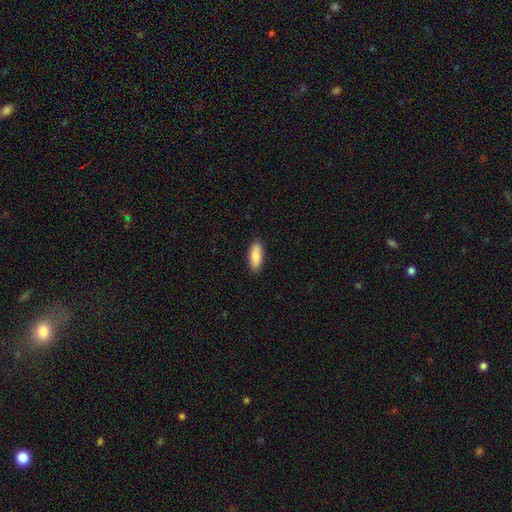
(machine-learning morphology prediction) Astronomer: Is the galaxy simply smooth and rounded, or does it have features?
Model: smooth — 88%.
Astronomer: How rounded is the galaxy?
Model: in between — 80%.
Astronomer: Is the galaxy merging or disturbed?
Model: none — 89%.